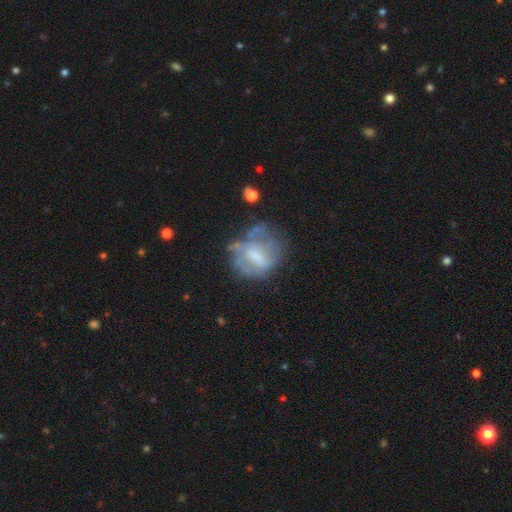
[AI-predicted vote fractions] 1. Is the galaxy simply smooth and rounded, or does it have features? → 55% featured or disk, 35% smooth, 10% star or artifact.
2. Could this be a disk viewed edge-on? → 97% no, 3% yes.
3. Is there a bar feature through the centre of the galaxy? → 42% weak, 37% no, 21% strong.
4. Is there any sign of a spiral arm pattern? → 65% no, 35% yes.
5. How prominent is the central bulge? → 35% moderate, 32% none, 21% small, 10% large, 1% dominant.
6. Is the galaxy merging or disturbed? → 42% none, 26% major disturbance, 25% minor disturbance, 7% merger.